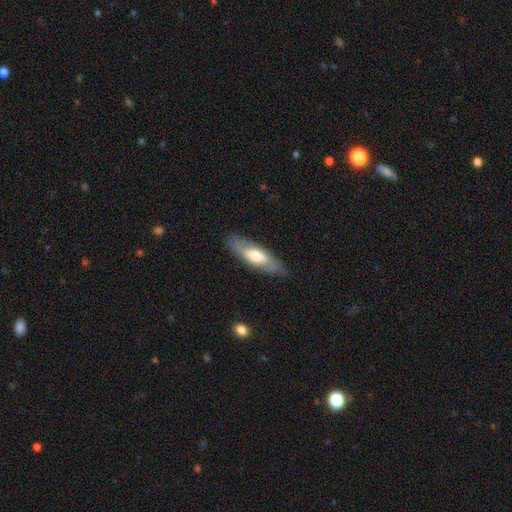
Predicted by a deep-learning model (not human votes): Smooth or featured?
  - smooth: 52% *
  - featured or disk: 42%
  - star or artifact: 6%
How rounded?
  - in between: 50% *
  - cigar-shaped: 48%
  - round: 2%
Merging?
  - none: 80% *
  - minor disturbance: 15%
  - major disturbance: 4%
  - merger: 1%